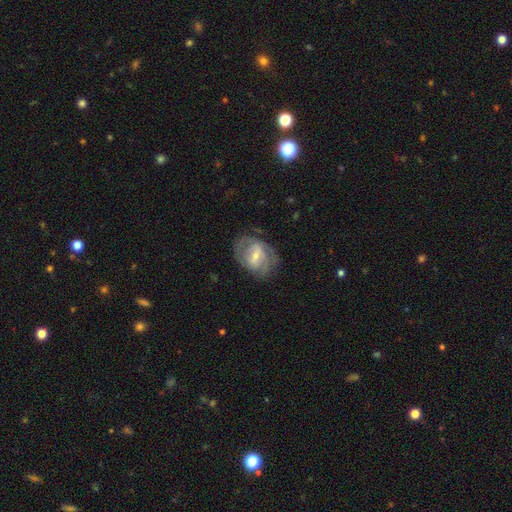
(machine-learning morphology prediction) Overall: featured or disk (74%). Edge-on disk: no (97%). Bar: weak (50%; strong 25%). Spiral arms: yes (83%). Spiral arm count: 2 (46%; can't tell 32%). Spiral winding: tight (47%; medium 39%). Bulge size: small (57%; moderate 38%). Merging: none (65%).